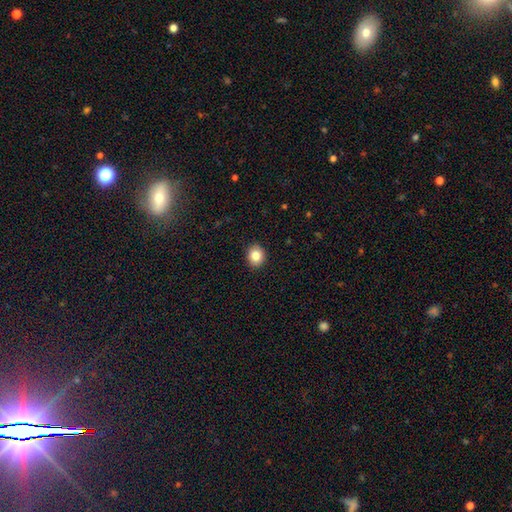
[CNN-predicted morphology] Smooth or featured? smooth (83%)
How rounded? round (71%)
Merging? none (91%)